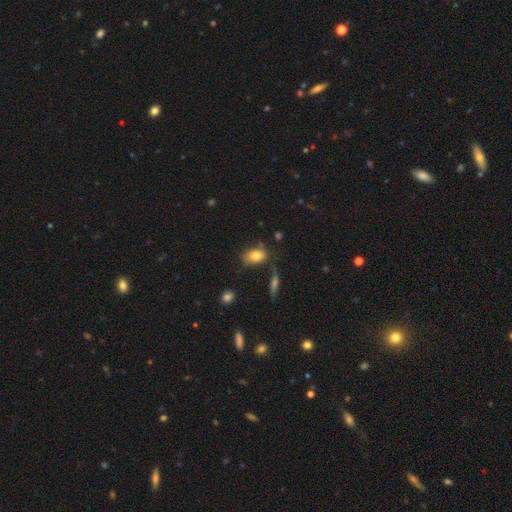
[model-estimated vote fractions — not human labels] Morphology: type=smooth (79%); roundness=in between (85%); merging=none (61%).